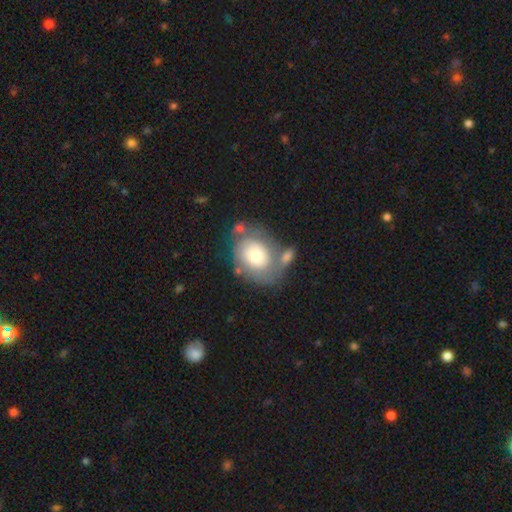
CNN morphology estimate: Smooth or featured? Predicted: smooth (p=0.55). How rounded? Predicted: in between (p=0.57). Merging? Predicted: none (p=0.46).